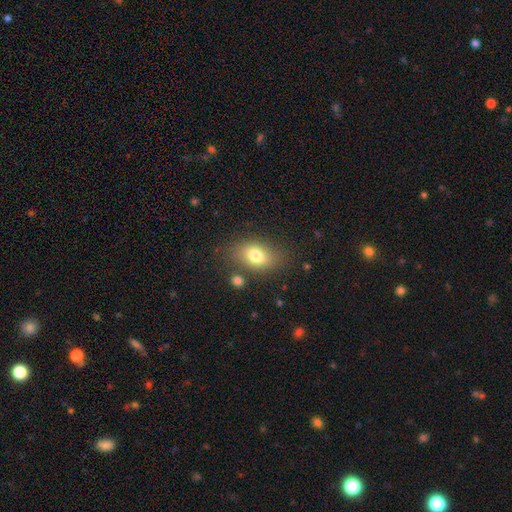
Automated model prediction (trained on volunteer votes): Smooth or featured? Predicted: smooth (p=0.78). How rounded? Predicted: in between (p=0.81). Merging? Predicted: none (p=0.77).